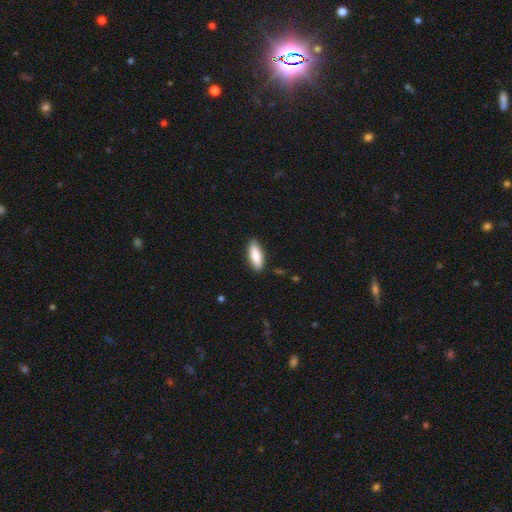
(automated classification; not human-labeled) Morphology: type=smooth (84%); roundness=in between (64%); merging=none (87%).